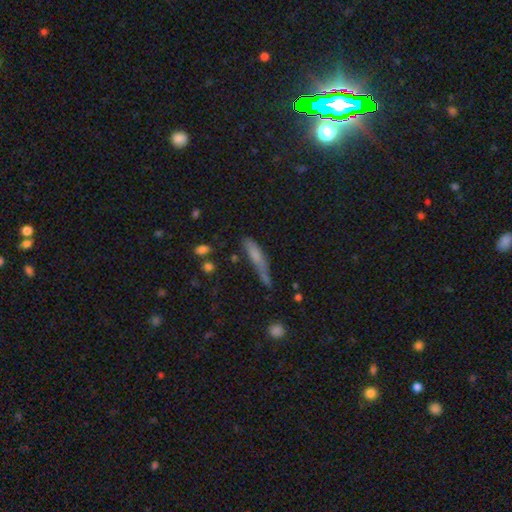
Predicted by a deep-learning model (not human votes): Q: Smooth or featured?
A: smooth (66%); runner-up: featured or disk (24%)
Q: How rounded?
A: cigar-shaped (81%); runner-up: in between (17%)
Q: Merging?
A: none (41%); runner-up: minor disturbance (30%)